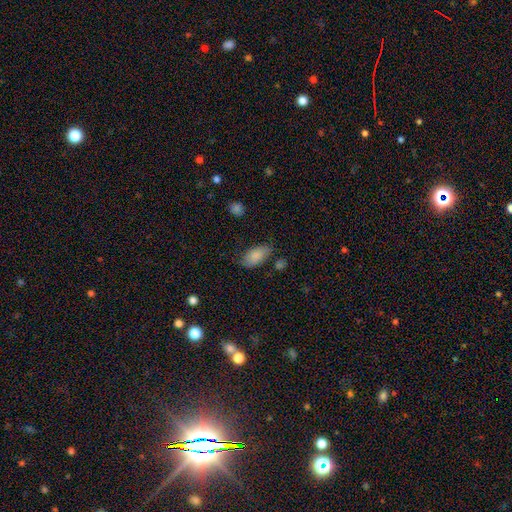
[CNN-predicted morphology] The model was most divided on "merging": none: 66%, minor disturbance: 24%, major disturbance: 6%, merger: 4%. More confident: how rounded — in between (94%); smooth or featured — smooth (84%).